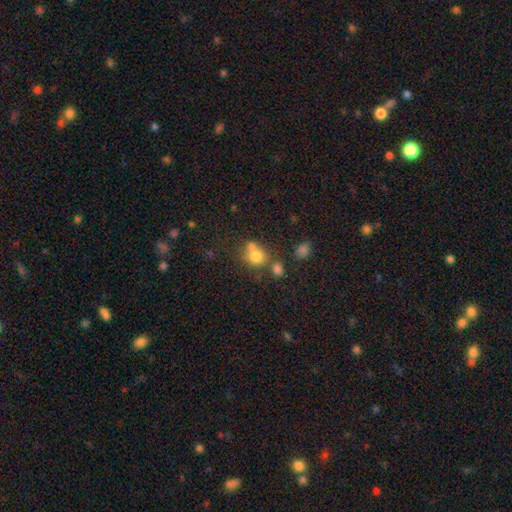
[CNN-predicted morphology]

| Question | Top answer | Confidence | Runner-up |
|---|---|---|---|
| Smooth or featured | smooth | 75% | star or artifact (13%) |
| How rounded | round | 77% | in between (22%) |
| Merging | none | 45% | merger (39%) |